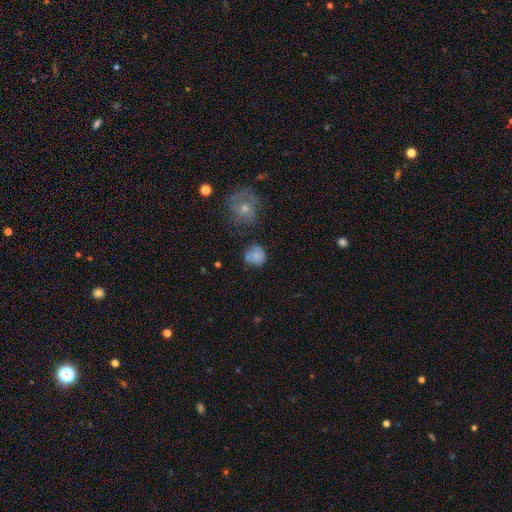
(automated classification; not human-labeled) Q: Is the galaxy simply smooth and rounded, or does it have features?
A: smooth — 74%.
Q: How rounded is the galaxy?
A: round — 85%.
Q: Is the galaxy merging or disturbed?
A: none — 64%.